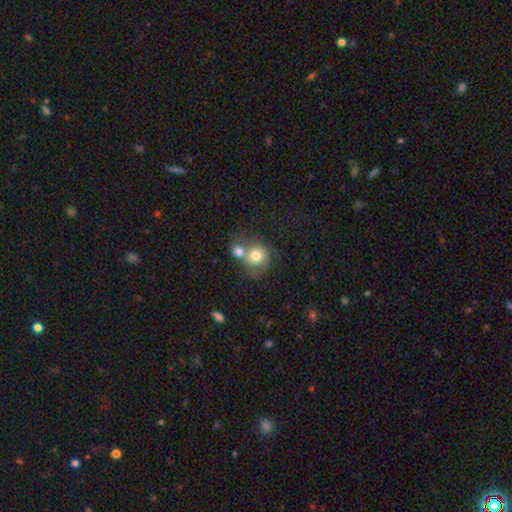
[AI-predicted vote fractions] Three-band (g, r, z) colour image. It shows a smooth galaxy with no disk features (74%) that is round (78%). Merging: merger (62%).